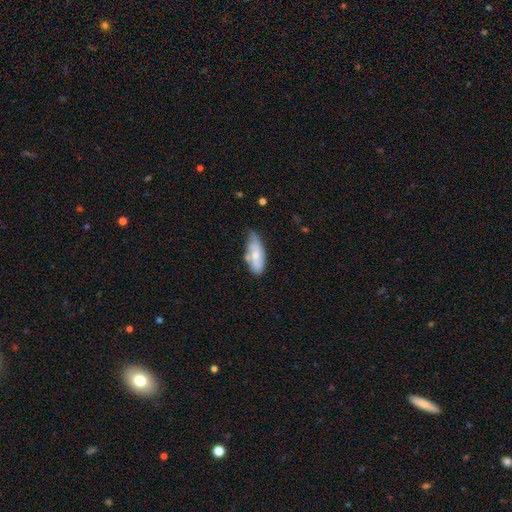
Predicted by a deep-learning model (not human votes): A smooth galaxy with no disk features (62%) that is in between round and cigar-shaped (81%). Merging: none (47%).